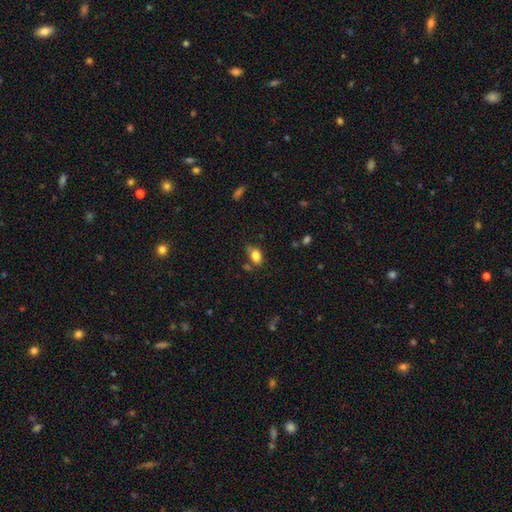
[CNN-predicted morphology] smooth-or-featured: smooth: 83% | star or artifact: 9% | featured or disk: 8%
  how-rounded: in between: 81% | round: 17% | cigar-shaped: 2%
  merging: none: 66% | minor disturbance: 22% | merger: 6% | major disturbance: 5%